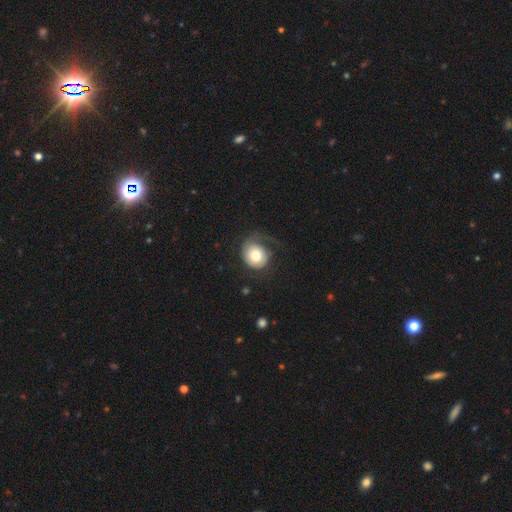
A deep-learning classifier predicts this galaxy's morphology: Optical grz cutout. It shows a smooth galaxy with no disk features (67%) that is round (77%). Merging: none (44%).